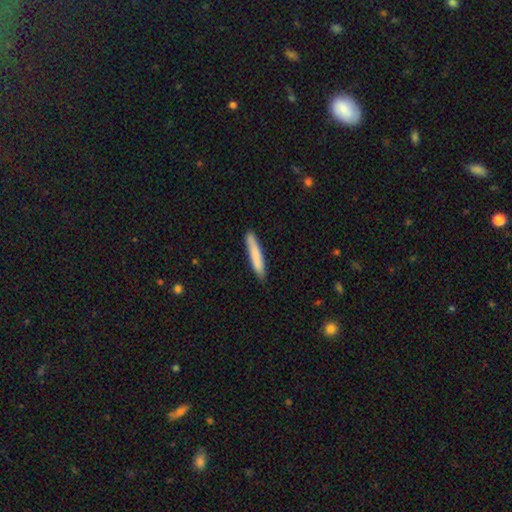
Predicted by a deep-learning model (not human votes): The model was most divided on "smooth or featured": smooth: 80%, featured or disk: 15%, star or artifact: 5%. More confident: how rounded — cigar-shaped (93%); merging — none (85%).